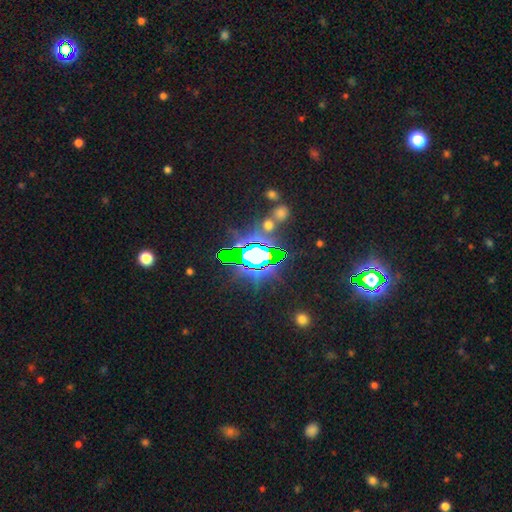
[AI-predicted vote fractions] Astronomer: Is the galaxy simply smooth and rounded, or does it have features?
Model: star or artifact — 76%.